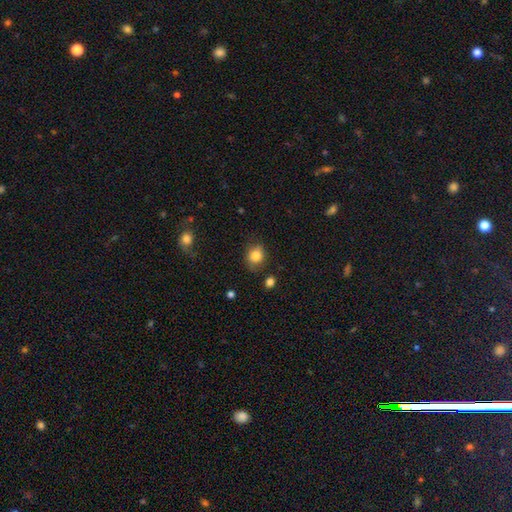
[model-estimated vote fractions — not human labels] Smooth or featured? smooth (83%)
How rounded? round (62%)
Merging? none (74%)